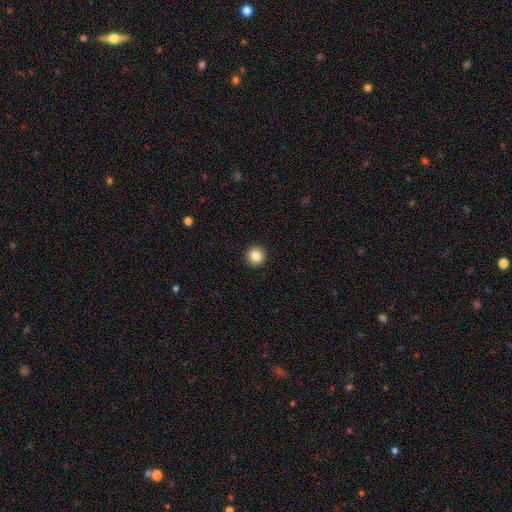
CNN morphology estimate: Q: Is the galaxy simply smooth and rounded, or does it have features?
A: smooth — 85%.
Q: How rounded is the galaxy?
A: round — 96%.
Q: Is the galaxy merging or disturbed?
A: none — 94%.